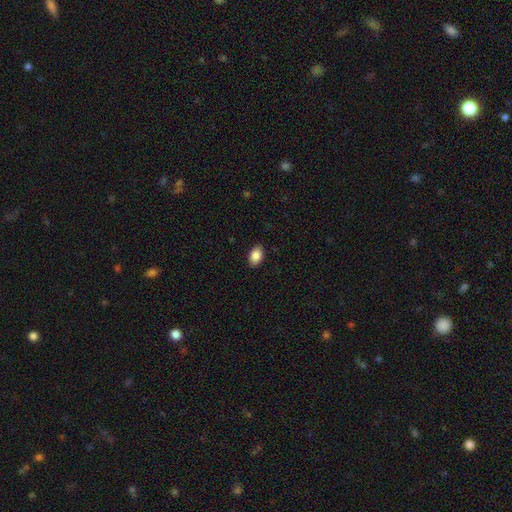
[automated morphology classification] A smooth galaxy with no disk features (88%) that is in between round and cigar-shaped (88%). Merging: none (88%).